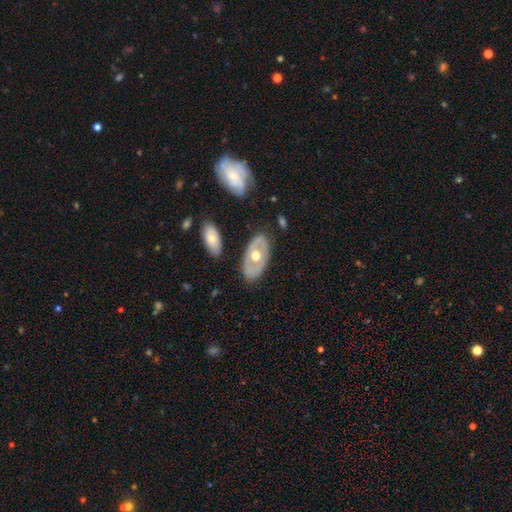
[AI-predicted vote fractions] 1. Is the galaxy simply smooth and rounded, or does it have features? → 63% featured or disk, 32% smooth, 5% star or artifact.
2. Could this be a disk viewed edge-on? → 87% no, 13% yes.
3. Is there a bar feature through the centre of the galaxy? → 86% no, 10% weak, 4% strong.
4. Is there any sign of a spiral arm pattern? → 79% no, 21% yes.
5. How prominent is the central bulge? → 79% moderate, 10% small, 9% large, 1% dominant, 1% none.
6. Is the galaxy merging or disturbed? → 80% none, 13% minor disturbance, 4% major disturbance, 3% merger.